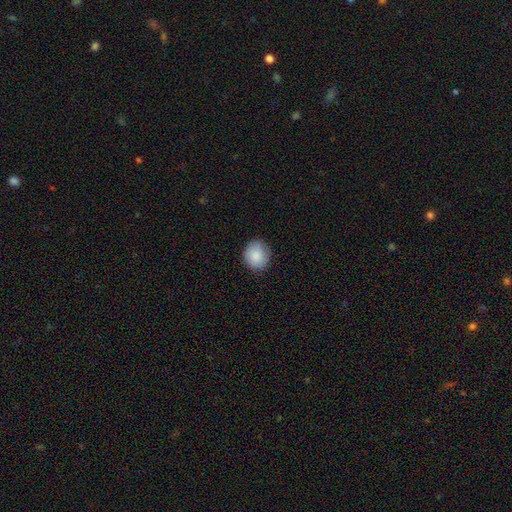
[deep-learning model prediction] Smooth or featured? smooth (87%)
How rounded? round (78%)
Merging? none (84%)